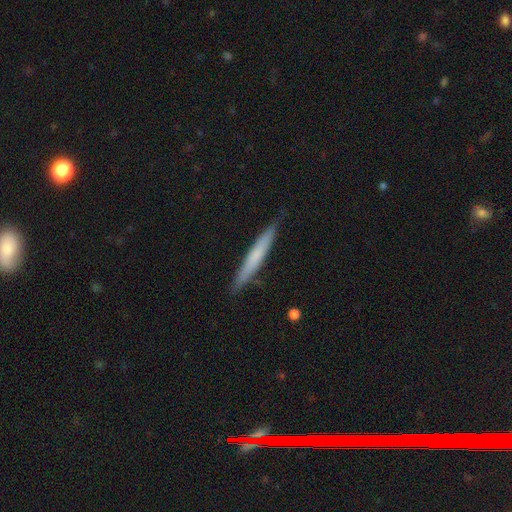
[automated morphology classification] The model was most divided on "smooth or featured": smooth: 59%, featured or disk: 35%, star or artifact: 6%. More confident: how rounded — cigar-shaped (95%); merging — none (87%).